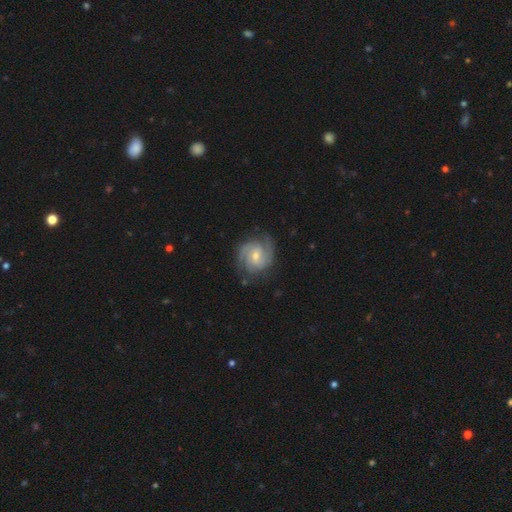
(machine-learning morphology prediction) Q: Smooth or featured?
A: featured or disk (86%); runner-up: smooth (8%)
Q: Edge-on disk?
A: no (98%); runner-up: yes (2%)
Q: Bar?
A: no (54%); runner-up: weak (37%)
Q: Spiral arms?
A: yes (97%); runner-up: no (3%)
Q: Spiral winding?
A: tight (51%); runner-up: medium (40%)
Q: Spiral arm count?
A: 2 (58%); runner-up: 3 (20%)
Q: Bulge size?
A: small (55%); runner-up: moderate (41%)
Q: Merging?
A: none (79%); runner-up: minor disturbance (15%)